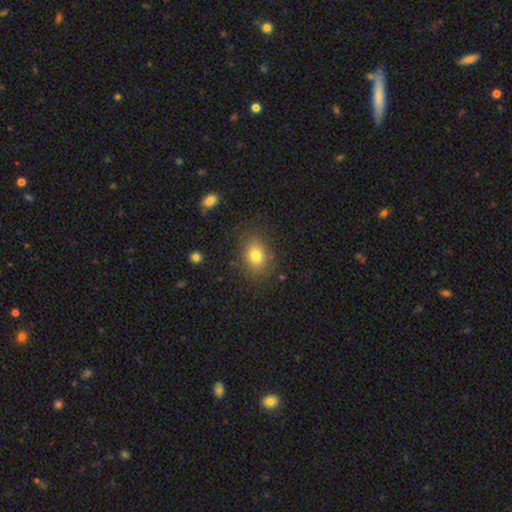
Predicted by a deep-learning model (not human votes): smooth-or-featured: smooth: 79% | star or artifact: 11% | featured or disk: 9%
  how-rounded: in between: 60% | round: 39% | cigar-shaped: 1%
  merging: none: 82% | minor disturbance: 12% | major disturbance: 4% | merger: 2%